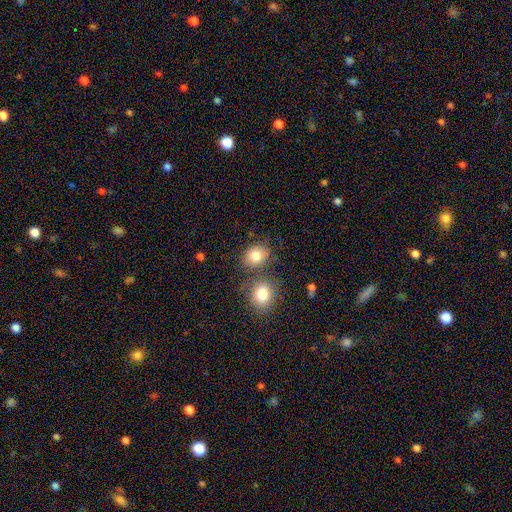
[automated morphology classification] This is clearly a smooth galaxy (82%). How rounded: possibly round (55%). Merging: likely none (64%).